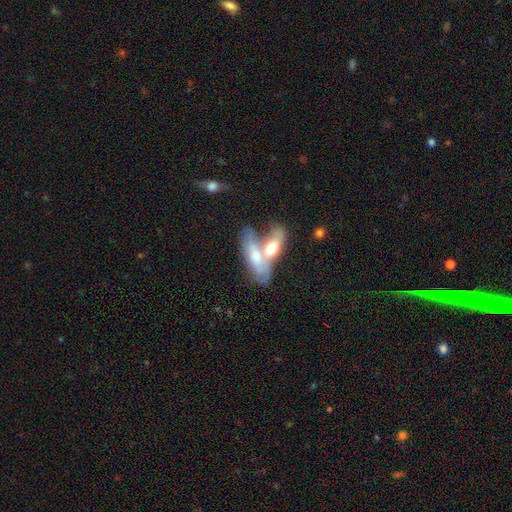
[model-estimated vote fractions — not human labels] Smooth or featured?
  - smooth: 48% *
  - featured or disk: 45%
  - star or artifact: 6%
Merging?
  - merger: 68% *
  - none: 17%
  - minor disturbance: 8%
  - major disturbance: 7%